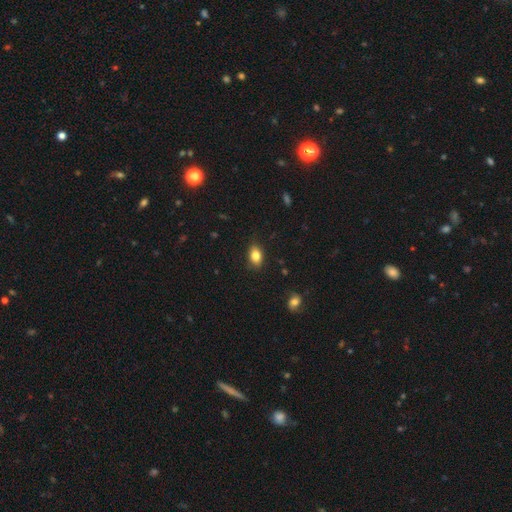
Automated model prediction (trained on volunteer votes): Smooth or featured? smooth (82%)
How rounded? in between (82%)
Merging? none (84%)